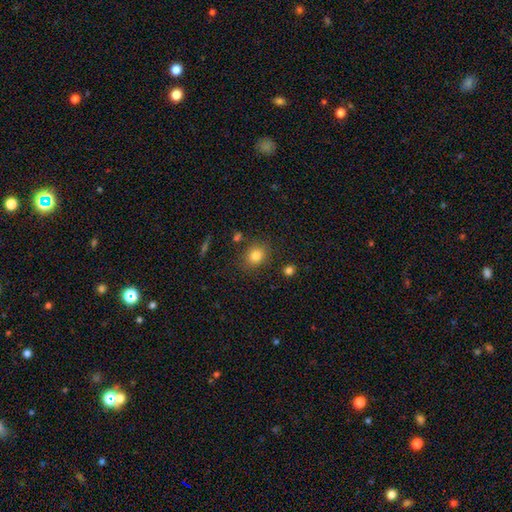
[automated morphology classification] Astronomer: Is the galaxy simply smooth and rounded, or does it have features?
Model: smooth — 82%.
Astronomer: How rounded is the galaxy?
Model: round — 67%.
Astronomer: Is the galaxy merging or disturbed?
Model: none — 80%.